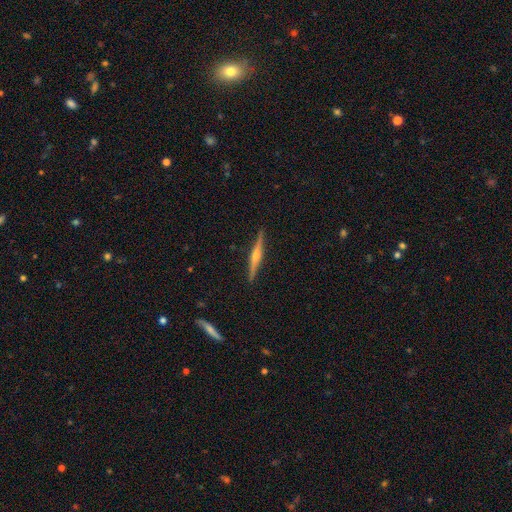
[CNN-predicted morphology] featured or disk 75%, smooth 18%, star or artifact 6%. Down the decision tree: edge-on disk — yes (98%); edge-on bulge — rounded (83%); merging — none (91%).